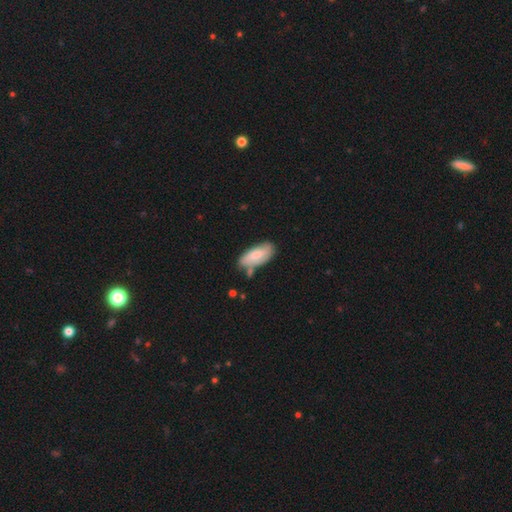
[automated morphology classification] Smooth or featured? smooth (70%)
How rounded? in between (87%)
Merging? none (61%)